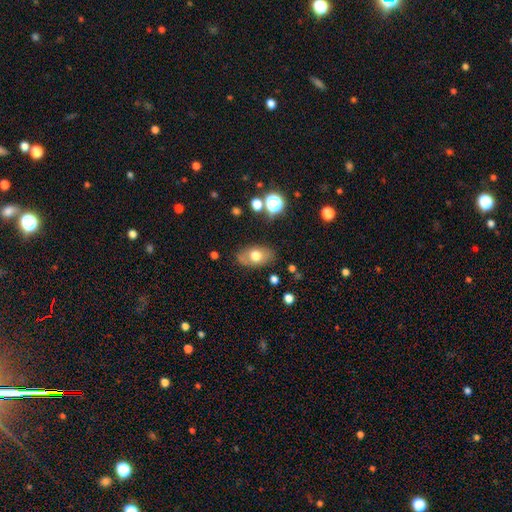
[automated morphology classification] type=smooth (66%); roundness=in between (86%); merging=none (77%).